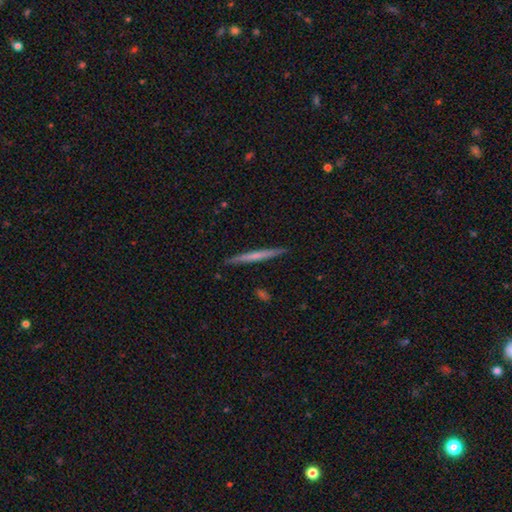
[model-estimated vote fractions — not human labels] The model was most divided on "smooth or featured": smooth: 52%, featured or disk: 43%, star or artifact: 5%. More confident: how rounded — cigar-shaped (97%); merging — none (91%).